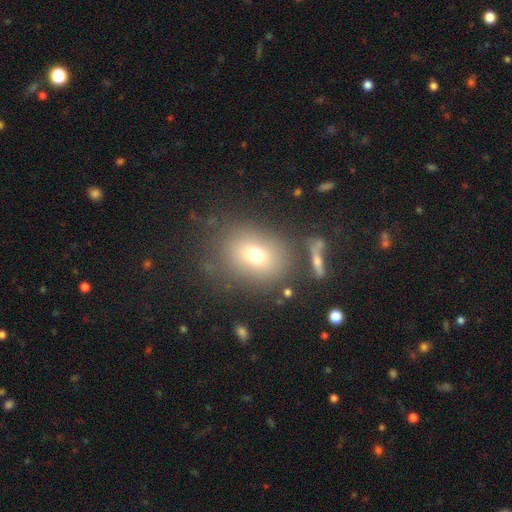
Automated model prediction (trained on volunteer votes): smooth 70%, featured or disk 16%, star or artifact 15%. Down the decision tree: how rounded — round (50%); merging — none (76%).